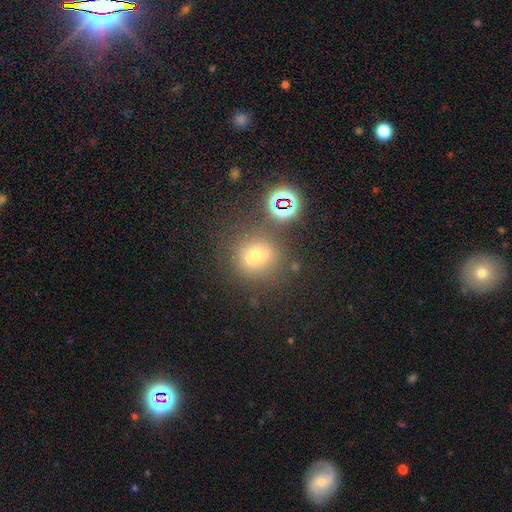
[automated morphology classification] Smooth or featured? Predicted: smooth (p=0.66). How rounded? Predicted: round (p=0.84). Merging? Predicted: none (p=0.75).